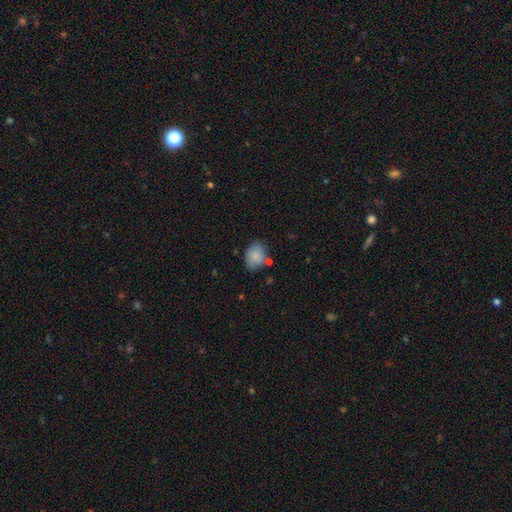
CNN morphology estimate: type=smooth (84%); roundness=in between (60%); merging=none (69%).